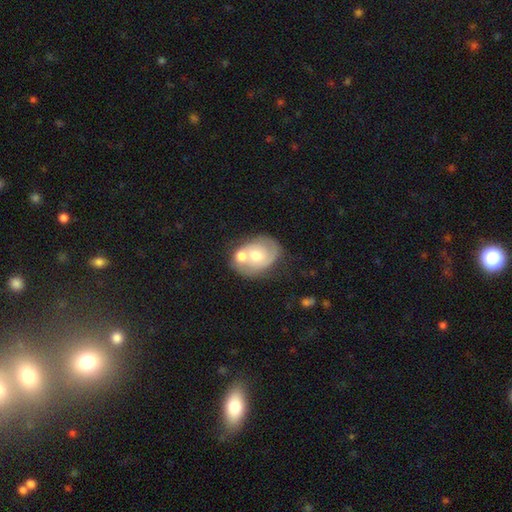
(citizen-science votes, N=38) This is possibly a featured or disk galaxy (47%). It is clearly not viewed edge-on (100%). Bar: clearly no (83%). Spiral arm pattern: likely yes (78%). Spiral arm count: possibly 2 (57%). Spiral winding: marginally tight (43%, tied with medium). Central bulge: likely moderate (67%). Merging: possibly merger (57%).